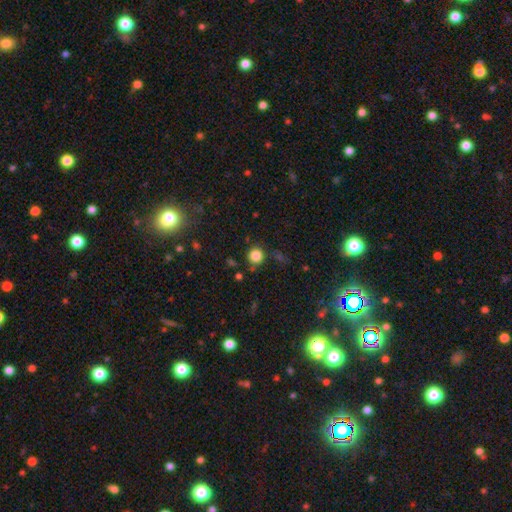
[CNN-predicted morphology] This is clearly a smooth galaxy (84%). How rounded: clearly round (93%). Merging: clearly none (83%).